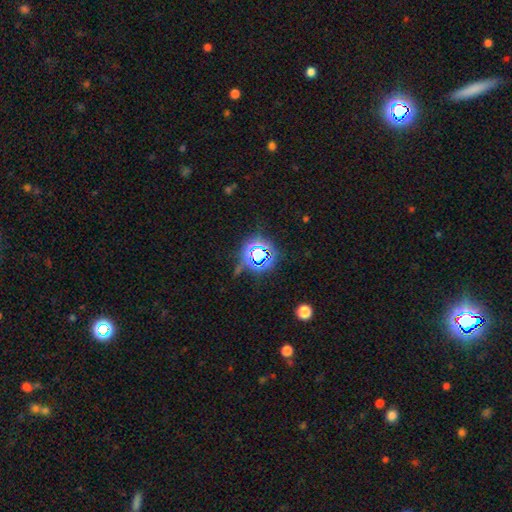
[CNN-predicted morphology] Smooth or featured? star or artifact (70%)